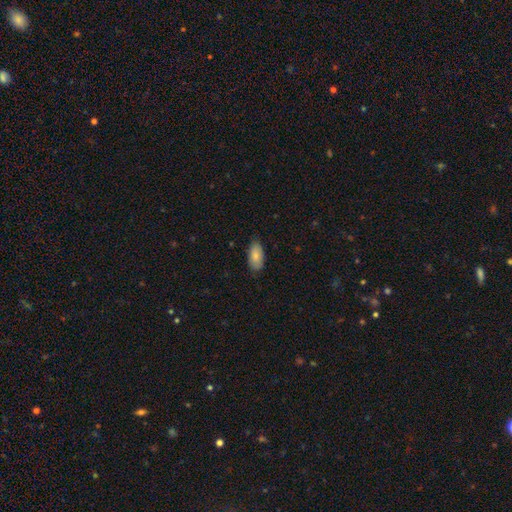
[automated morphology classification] smooth-or-featured: smooth: 86% | featured or disk: 8% | star or artifact: 6%
  how-rounded: in between: 93% | cigar-shaped: 4% | round: 2%
  merging: none: 82% | minor disturbance: 15% | major disturbance: 2% | merger: 1%